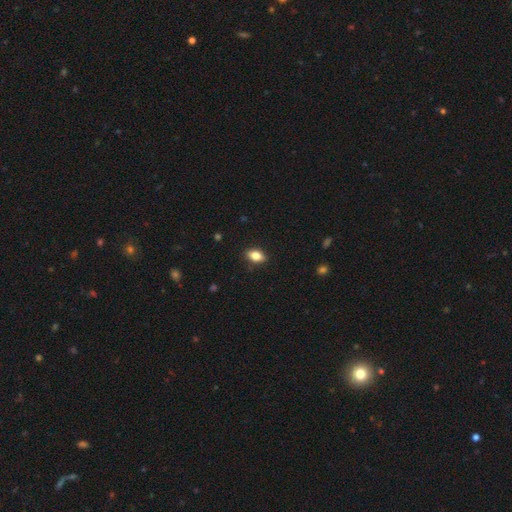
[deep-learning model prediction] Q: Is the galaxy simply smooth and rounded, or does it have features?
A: smooth — 81%.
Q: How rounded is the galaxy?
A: in between — 85%.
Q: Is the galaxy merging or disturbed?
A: none — 87%.